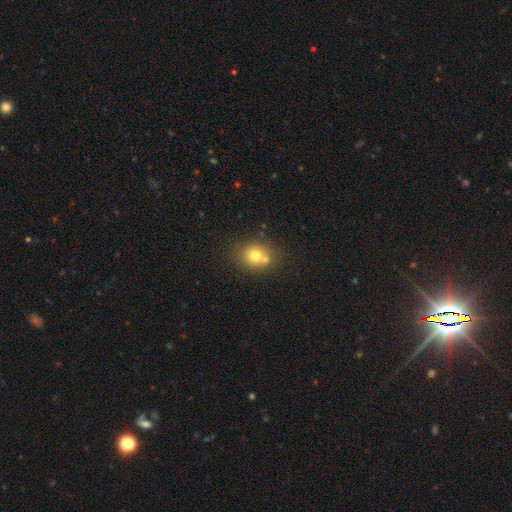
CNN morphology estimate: This is likely a smooth galaxy (72%). How rounded: likely round (72%). Merging: possibly none (57%).